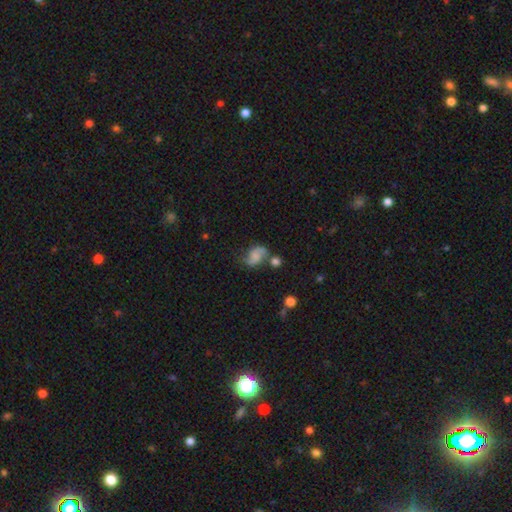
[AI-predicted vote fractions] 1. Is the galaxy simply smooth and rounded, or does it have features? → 67% featured or disk, 23% smooth, 10% star or artifact.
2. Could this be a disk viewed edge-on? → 98% no, 2% yes.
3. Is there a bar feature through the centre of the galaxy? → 61% no, 32% weak, 8% strong.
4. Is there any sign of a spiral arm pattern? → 91% yes, 9% no.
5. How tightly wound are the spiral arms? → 60% loose, 31% medium, 9% tight.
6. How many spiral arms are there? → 89% 2, 4% 1, 4% can't tell, 1% 3, 1% 4, 1% more than 4.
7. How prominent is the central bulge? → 56% none, 22% small, 13% moderate, 6% large, 2% dominant.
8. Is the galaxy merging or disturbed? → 49% none, 20% minor disturbance, 18% merger, 12% major disturbance.